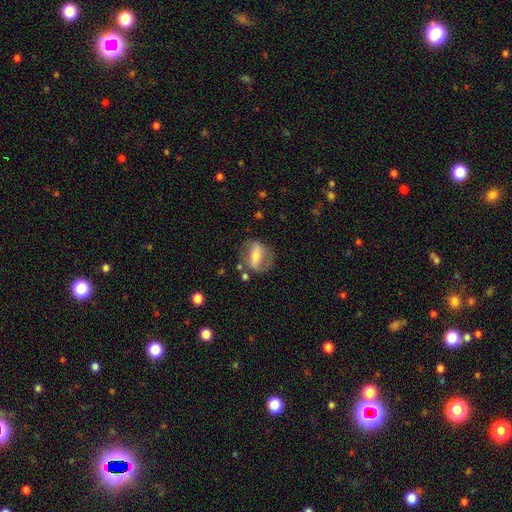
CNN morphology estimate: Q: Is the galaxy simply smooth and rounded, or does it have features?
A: featured or disk — 59%.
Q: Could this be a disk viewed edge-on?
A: no — 84%.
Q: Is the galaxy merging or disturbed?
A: none — 66%.